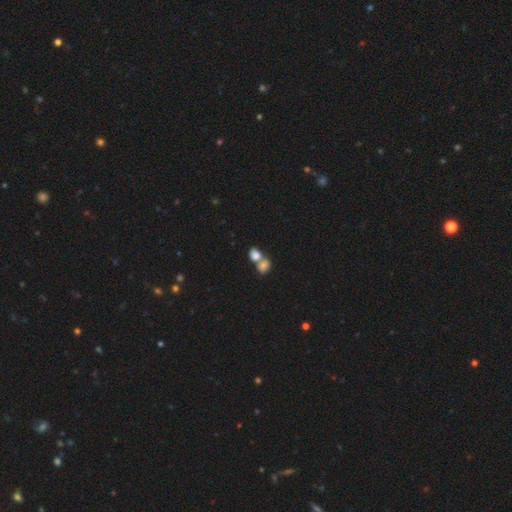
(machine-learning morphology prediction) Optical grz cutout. It shows a smooth galaxy with no disk features (79%) that is in between round and cigar-shaped (55%). Merging: merger (65%).